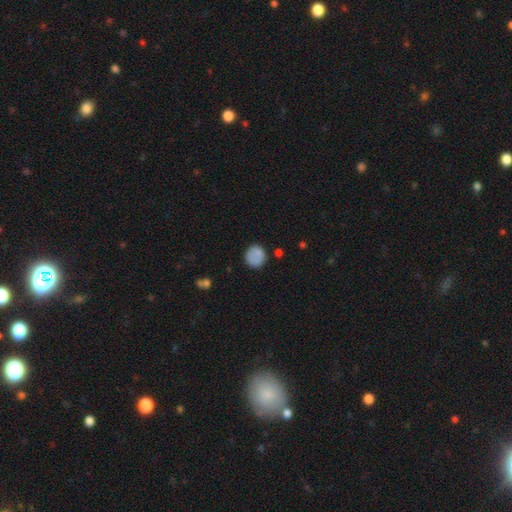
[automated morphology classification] Smooth or featured: smooth — 82% (star or artifact — 9%)
How rounded: round — 89% (in between — 10%)
Merging: none — 81% (minor disturbance — 12%)